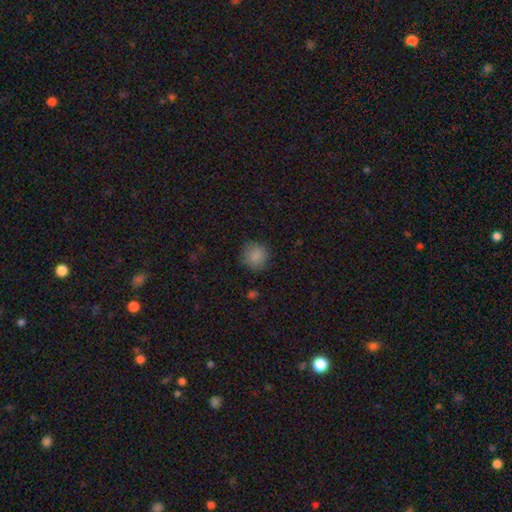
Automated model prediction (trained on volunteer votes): Overall: smooth (85%). How rounded: round (88%). Merging: none (79%).